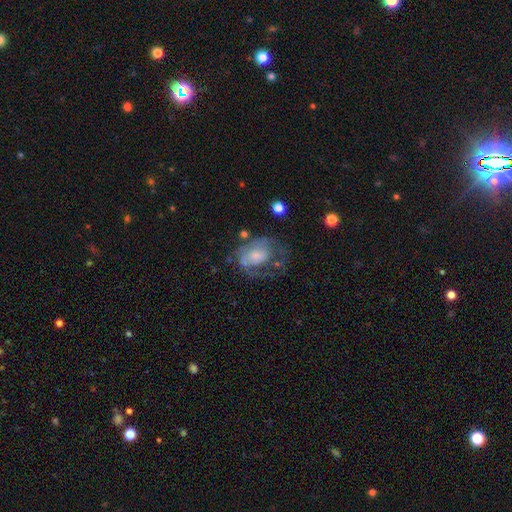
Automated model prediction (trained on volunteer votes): This is possibly a featured or disk galaxy (60%). It is clearly not viewed edge-on (97%). Bar: likely no (72%). Spiral arm pattern: likely yes (61%). Central bulge: marginally small (41%). Merging: marginally major disturbance (41%).